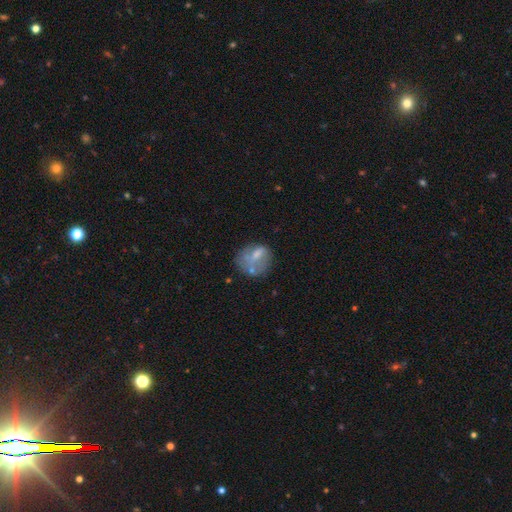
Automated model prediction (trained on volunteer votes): smooth-or-featured: smooth: 58% | featured or disk: 32% | star or artifact: 10%
  how-rounded: round: 58% | in between: 41% | cigar-shaped: 2%
  merging: none: 44% | minor disturbance: 25% | major disturbance: 20% | merger: 11%